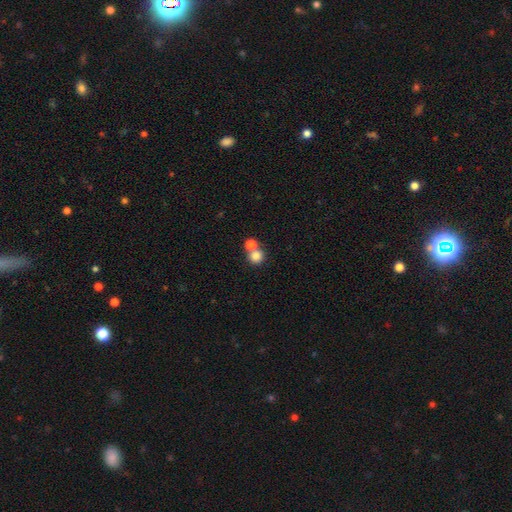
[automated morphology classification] Overall: smooth (80%). How rounded: round (89%). Merging: none (51%; merger 40%).